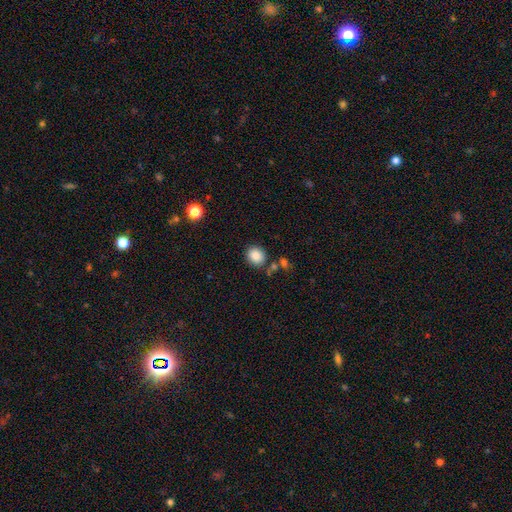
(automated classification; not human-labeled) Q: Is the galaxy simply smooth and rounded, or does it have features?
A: smooth — 86%.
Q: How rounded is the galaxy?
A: round — 72%.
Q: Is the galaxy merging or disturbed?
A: none — 80%.